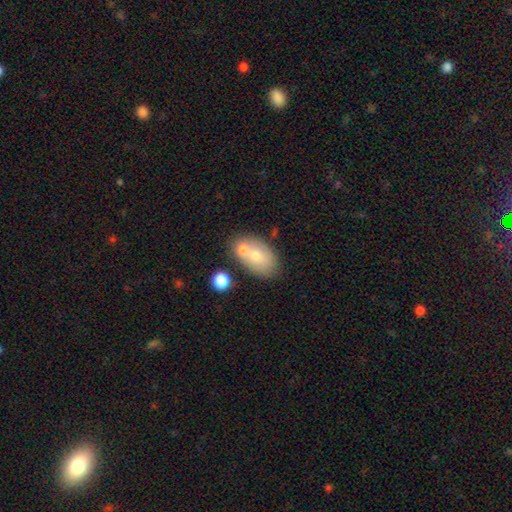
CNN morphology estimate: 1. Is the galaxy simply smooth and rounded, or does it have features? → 67% smooth, 25% featured or disk, 8% star or artifact.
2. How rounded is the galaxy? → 87% in between, 11% round, 2% cigar-shaped.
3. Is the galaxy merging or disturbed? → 49% none, 33% merger, 14% minor disturbance, 4% major disturbance.